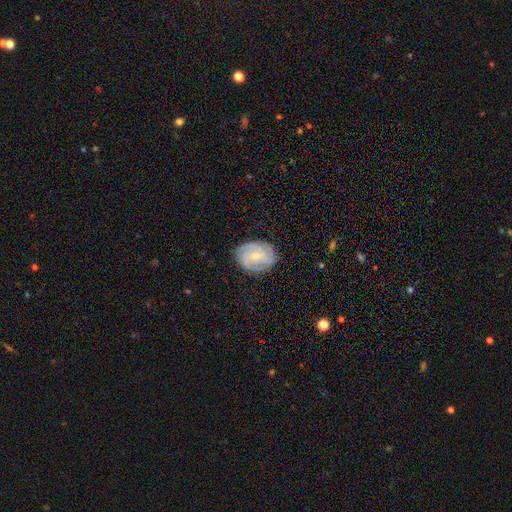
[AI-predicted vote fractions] Smooth or featured? Predicted: featured or disk (p=0.70). Edge-on disk? Predicted: no (p=0.97). Bar? Predicted: no (p=0.66). Spiral arms? Predicted: yes (p=0.92). Spiral winding? Predicted: tight (p=0.60). Spiral arm count? Predicted: can't tell (p=0.29). Bulge size? Predicted: small (p=0.64). Merging? Predicted: none (p=0.81).